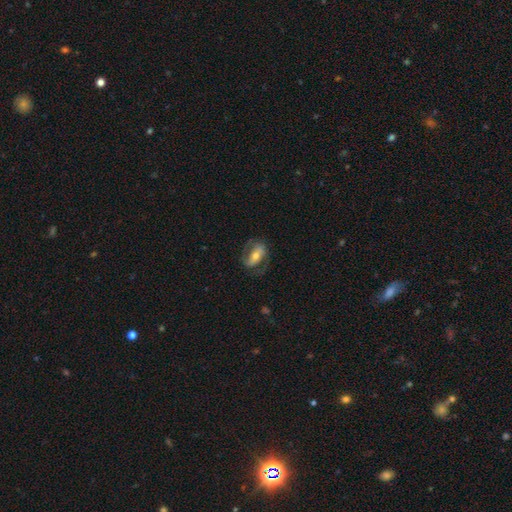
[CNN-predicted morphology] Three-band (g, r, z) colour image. It shows a featured or disk galaxy (71%) with a strong bar (48%), 2 (84%) medium (49%) spiral arms (84%) and a moderate central bulge (60%). Merging: none (67%).